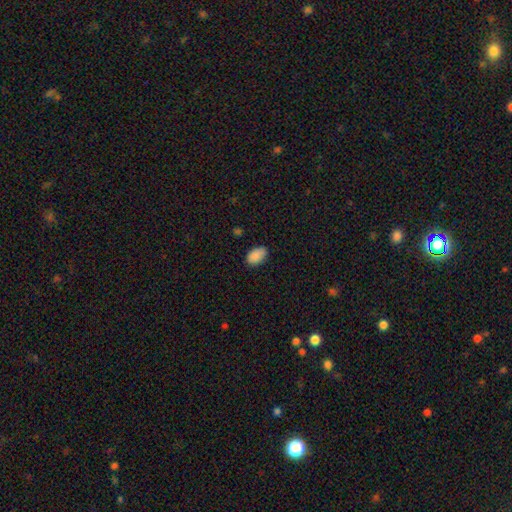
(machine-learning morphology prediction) type=smooth (88%); roundness=in between (90%); merging=none (78%).